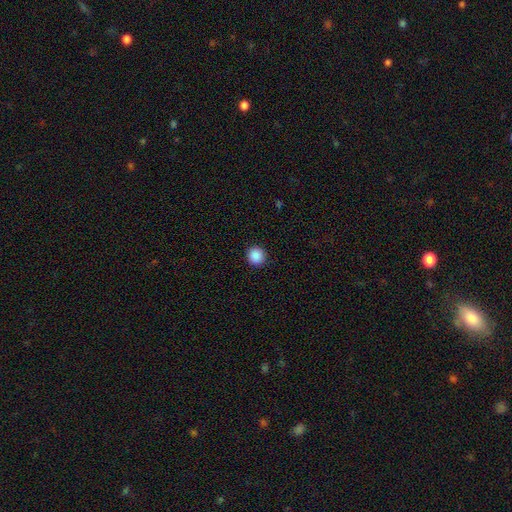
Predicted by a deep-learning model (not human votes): Smooth or featured? smooth (89%)
How rounded? round (94%)
Merging? none (92%)